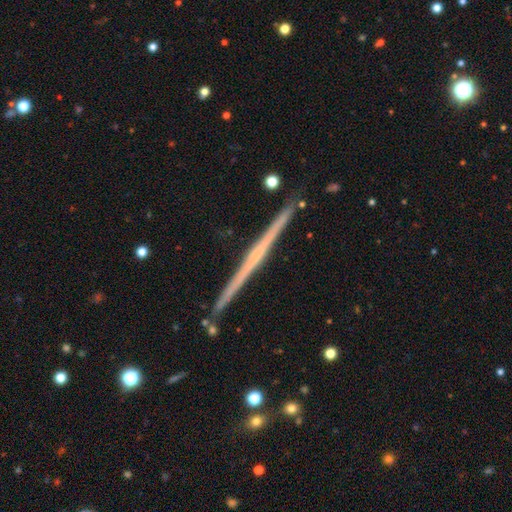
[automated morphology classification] The model was most divided on "smooth or featured": featured or disk: 73%, smooth: 21%, star or artifact: 6%. More confident: edge-on disk — yes (98%); merging — none (91%); edge-on bulge — none (76%).